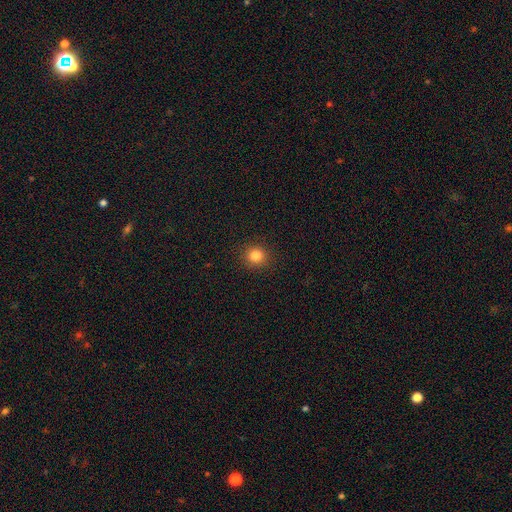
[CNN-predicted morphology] type=smooth (83%); roundness=round (91%); merging=none (92%).